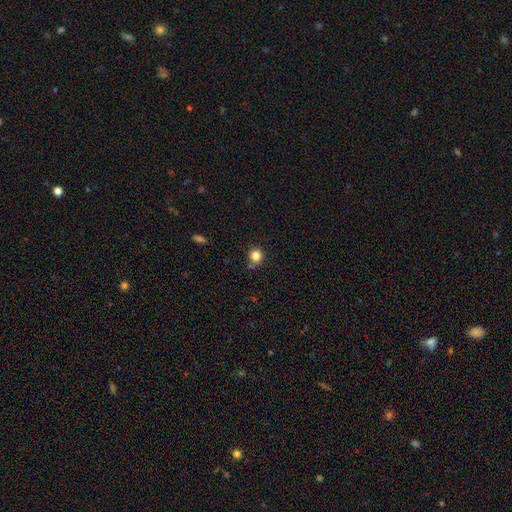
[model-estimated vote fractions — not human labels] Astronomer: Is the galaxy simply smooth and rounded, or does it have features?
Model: smooth — 83%.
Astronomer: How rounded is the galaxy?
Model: round — 89%.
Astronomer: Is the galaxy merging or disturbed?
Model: none — 76%.